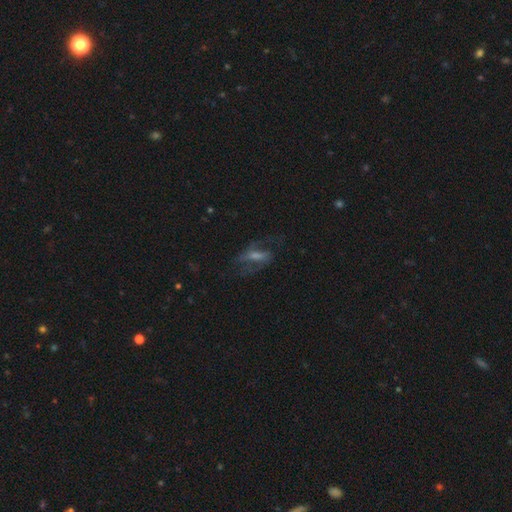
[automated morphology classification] smooth_or_featured: featured or disk (p=0.65) [alt: smooth p=0.20]
disk_edge_on: no (p=0.87) [alt: yes p=0.13]
bar: weak (p=0.40) [alt: strong p=0.34]
has_spiral_arms: yes (p=0.80) [alt: no p=0.20]
bulge_size: moderate (p=0.36) [alt: small p=0.34]
merging: none (p=0.61) [alt: major disturbance p=0.21]